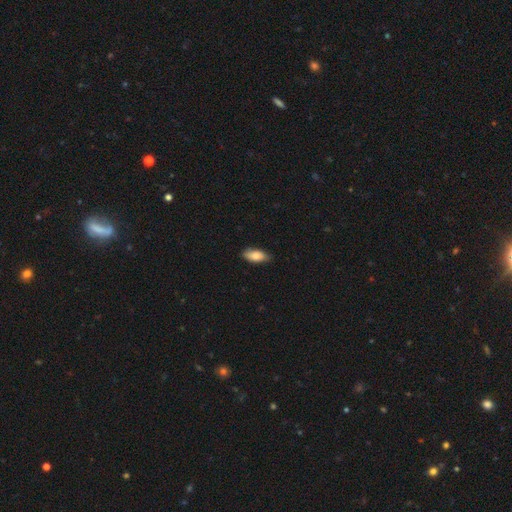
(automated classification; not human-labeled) A smooth galaxy with no disk features (85%) that is in between round and cigar-shaped (87%). Merging: none (82%).